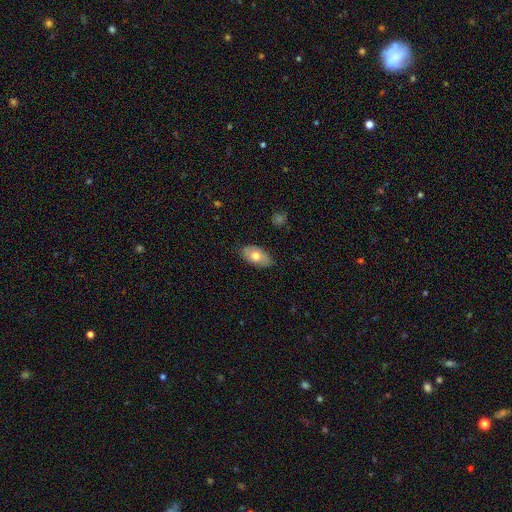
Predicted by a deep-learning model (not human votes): This appears to be a smooth galaxy with no disk features (67%) that is in between round and cigar-shaped (93%). Merging: none (79%).